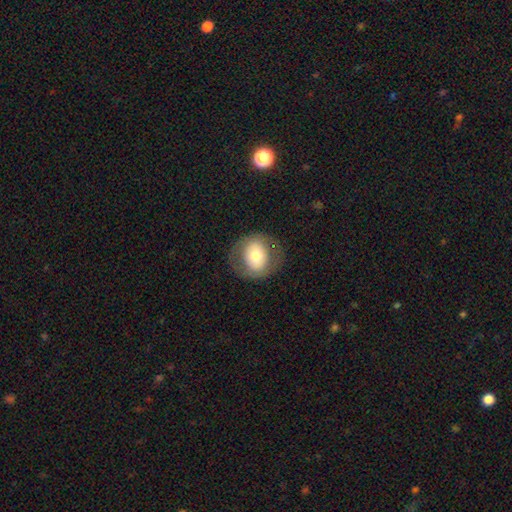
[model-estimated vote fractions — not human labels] Q: Smooth or featured?
A: smooth (60%); runner-up: featured or disk (32%)
Q: How rounded?
A: round (75%); runner-up: in between (24%)
Q: Merging?
A: none (80%); runner-up: minor disturbance (12%)